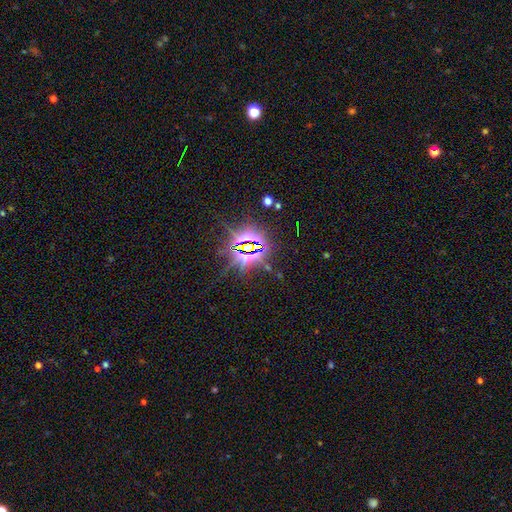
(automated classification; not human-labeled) Q: Smooth or featured?
A: star or artifact (85%); runner-up: smooth (8%)